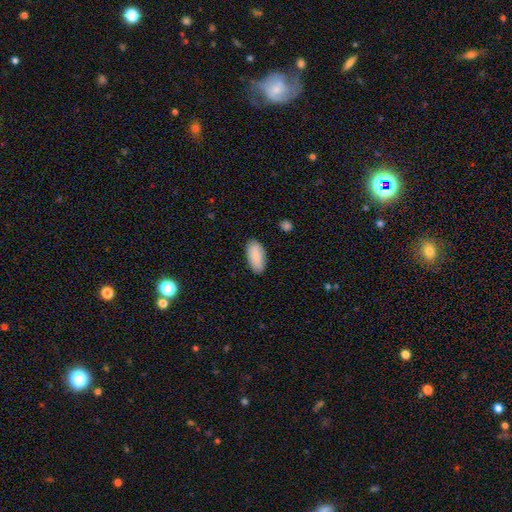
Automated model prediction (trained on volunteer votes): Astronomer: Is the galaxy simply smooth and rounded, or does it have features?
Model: smooth — 89%.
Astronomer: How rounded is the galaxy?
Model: in between — 91%.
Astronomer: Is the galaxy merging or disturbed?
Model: none — 87%.